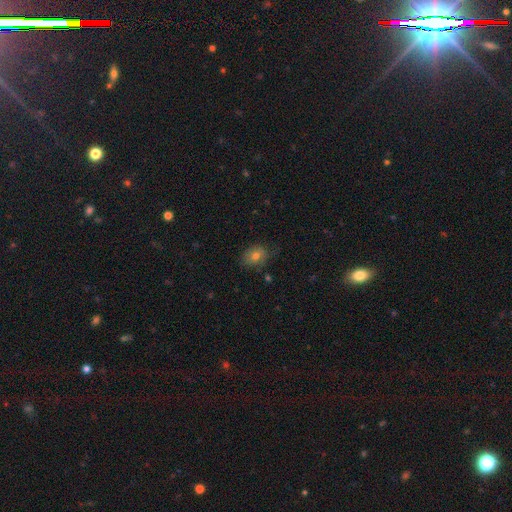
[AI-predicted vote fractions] smooth_or_featured: smooth (p=0.73) [alt: featured or disk p=0.17]
how_rounded: in between (p=0.61) [alt: round p=0.38]
merging: none (p=0.71) [alt: minor disturbance p=0.22]